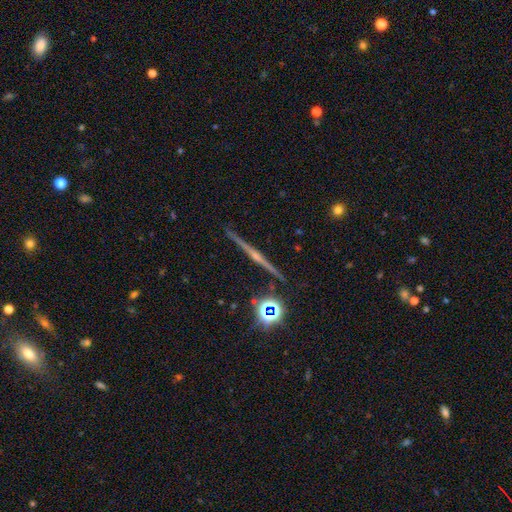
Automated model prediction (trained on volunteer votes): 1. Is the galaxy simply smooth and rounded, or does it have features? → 78% featured or disk, 12% star or artifact, 10% smooth.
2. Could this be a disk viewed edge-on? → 98% yes, 2% no.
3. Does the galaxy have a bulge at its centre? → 80% rounded, 13% none, 7% boxy.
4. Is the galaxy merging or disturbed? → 92% none, 6% minor disturbance, 1% merger, 1% major disturbance.